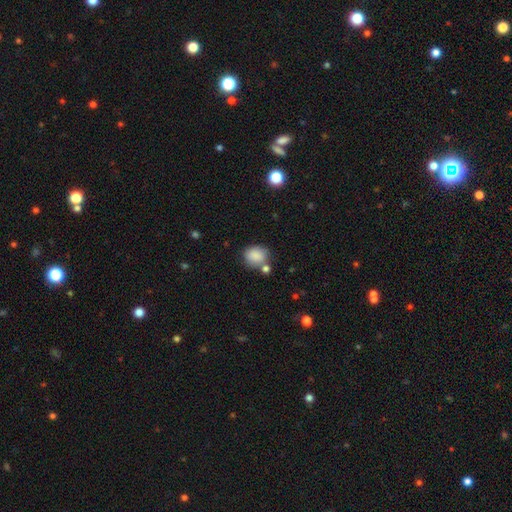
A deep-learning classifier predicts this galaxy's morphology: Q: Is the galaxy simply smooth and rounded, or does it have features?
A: smooth — 86%.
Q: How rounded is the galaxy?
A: round — 59%.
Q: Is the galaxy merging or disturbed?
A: none — 60%.